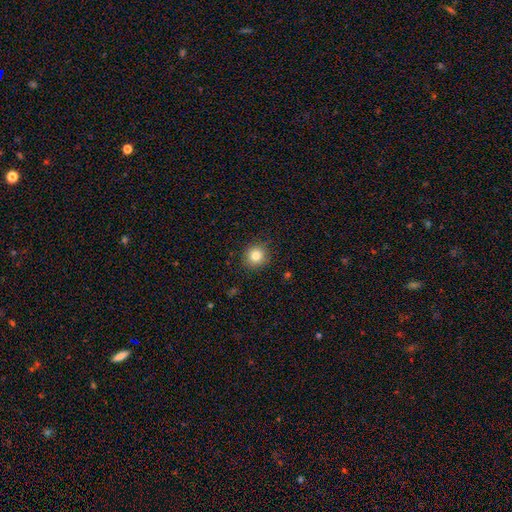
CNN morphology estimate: smooth-or-featured: smooth: 82% | star or artifact: 11% | featured or disk: 7%
  how-rounded: round: 92% | in between: 7% | cigar-shaped: 1%
  merging: none: 88% | minor disturbance: 8% | major disturbance: 2% | merger: 1%